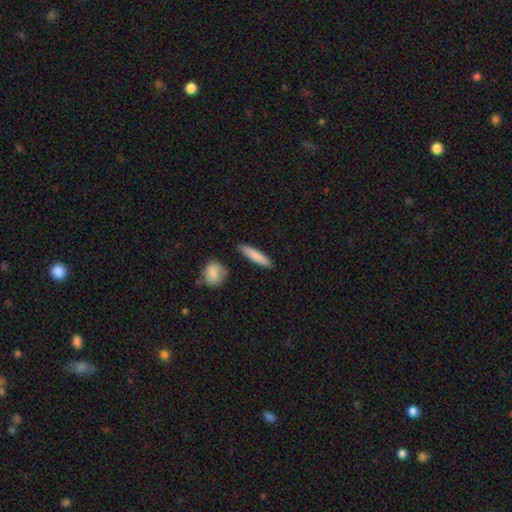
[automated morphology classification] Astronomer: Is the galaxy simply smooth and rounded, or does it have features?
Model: smooth — 83%.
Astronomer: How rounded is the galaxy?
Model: cigar-shaped — 82%.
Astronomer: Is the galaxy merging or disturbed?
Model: none — 87%.